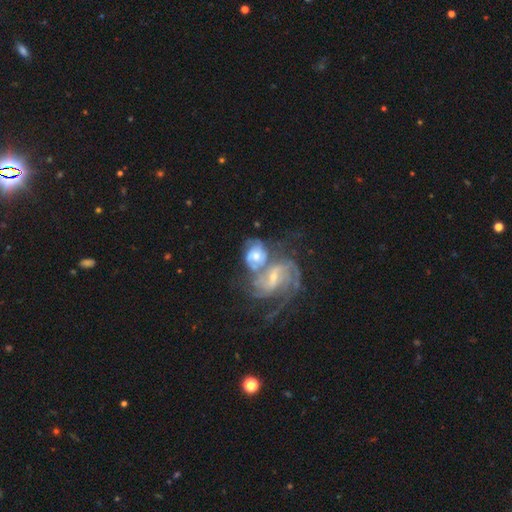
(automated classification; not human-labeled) This appears to be a featured or disk galaxy (79%) with no bar (48%), 2 (33%) tight (48%) spiral arms (93%) and a moderate central bulge (47%). Merging: merger (68%).